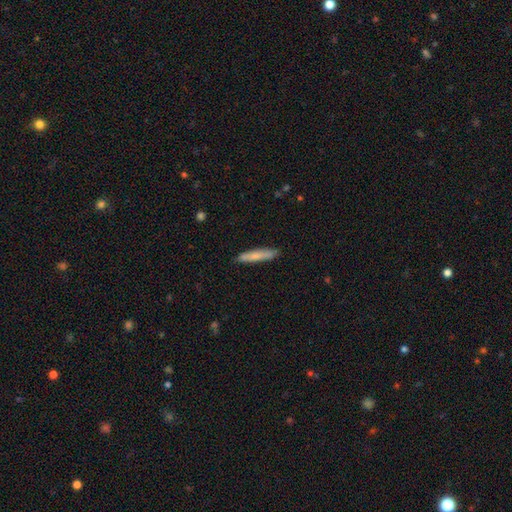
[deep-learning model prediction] This appears to be a smooth galaxy with no disk features (75%) that is cigar-shaped (92%). Merging: none (87%).